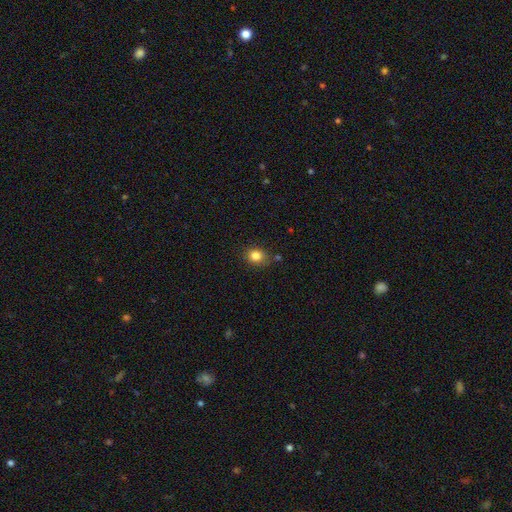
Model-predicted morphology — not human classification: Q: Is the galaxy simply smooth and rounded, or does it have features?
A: smooth — 84%.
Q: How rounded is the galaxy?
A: round — 67%.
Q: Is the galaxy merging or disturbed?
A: none — 78%.